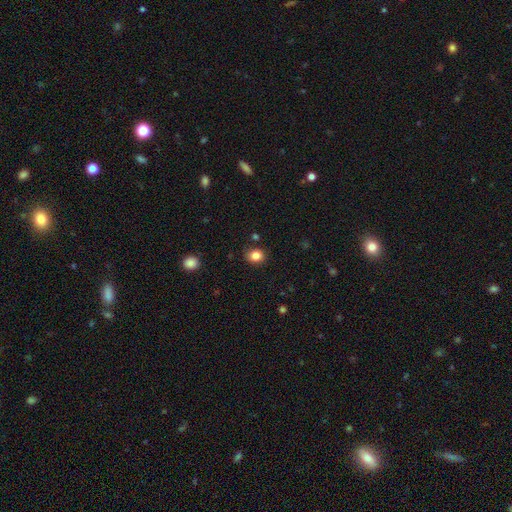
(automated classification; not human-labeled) smooth 84%, star or artifact 11%, featured or disk 5%. Down the decision tree: how rounded — round (66%); merging — none (86%).